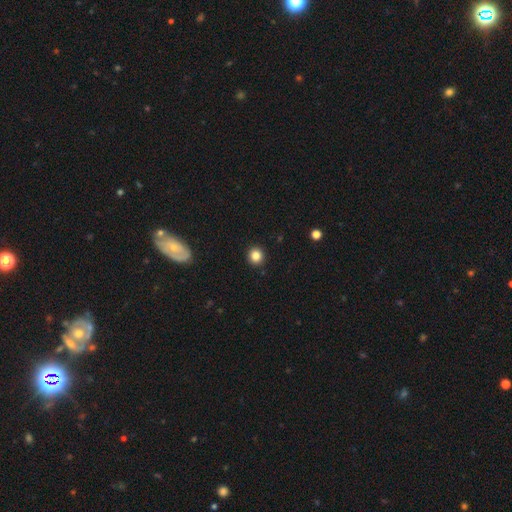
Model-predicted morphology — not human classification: Q: Smooth or featured?
A: smooth (84%); runner-up: star or artifact (11%)
Q: How rounded?
A: round (93%); runner-up: in between (6%)
Q: Merging?
A: none (93%); runner-up: minor disturbance (4%)